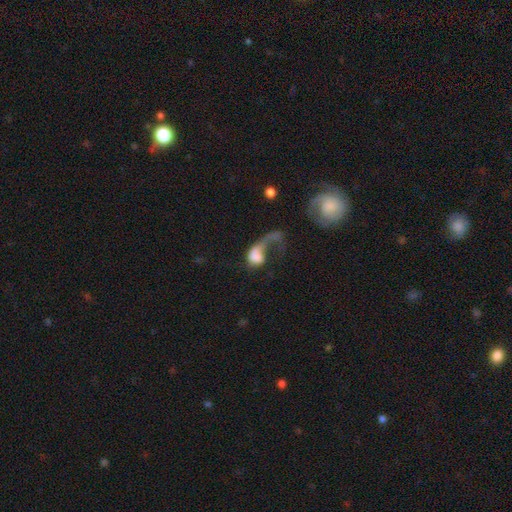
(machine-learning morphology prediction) Smooth or featured? Predicted: smooth (p=0.50). How rounded? Predicted: in between (p=0.56). Merging? Predicted: major disturbance (p=0.64).